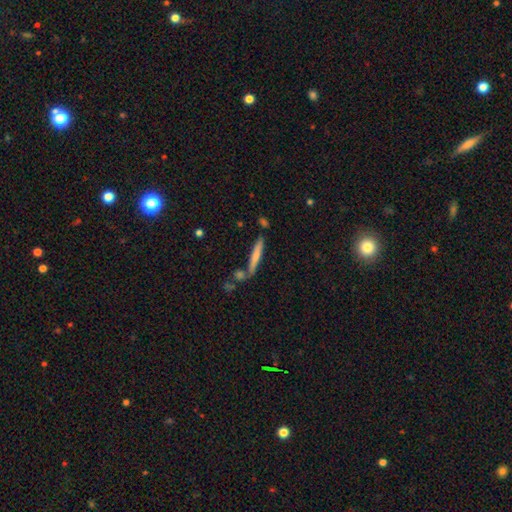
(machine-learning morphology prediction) A smooth galaxy with no disk features (65%) that is cigar-shaped (94%). Merging: none (76%).